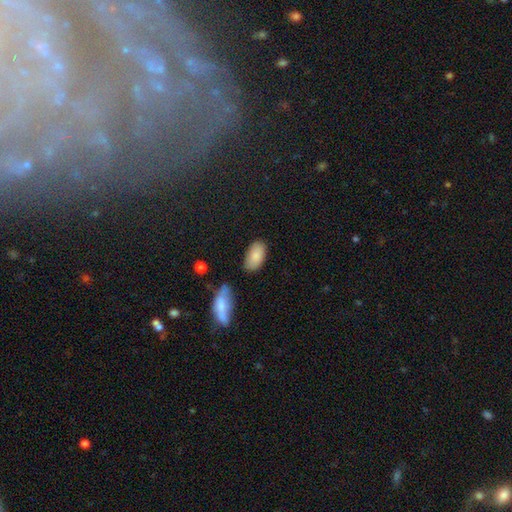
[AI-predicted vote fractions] Smooth or featured? smooth (86%)
How rounded? in between (94%)
Merging? none (75%)